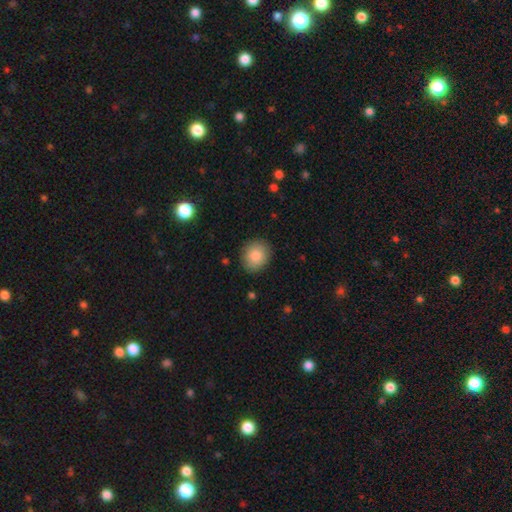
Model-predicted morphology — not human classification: Smooth or featured?
  - smooth: 85% *
  - featured or disk: 8%
  - star or artifact: 7%
How rounded?
  - round: 67% *
  - in between: 32%
  - cigar-shaped: 1%
Merging?
  - none: 86% *
  - minor disturbance: 11%
  - major disturbance: 2%
  - merger: 1%